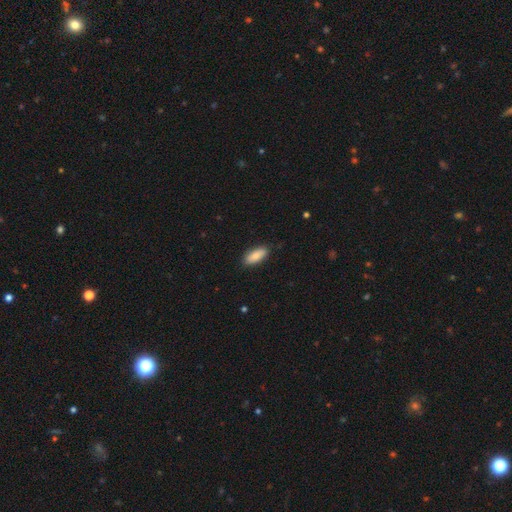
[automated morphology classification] Smooth or featured? smooth (82%)
How rounded? in between (82%)
Merging? none (85%)